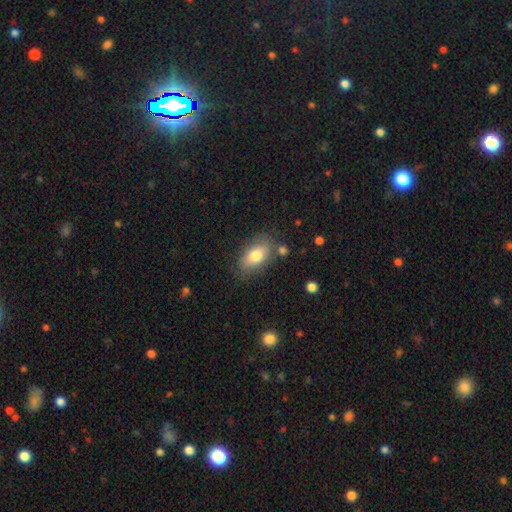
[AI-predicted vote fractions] The model was most divided on "smooth or featured": smooth: 77%, featured or disk: 16%, star or artifact: 7%. More confident: how rounded — in between (89%); merging — none (76%).